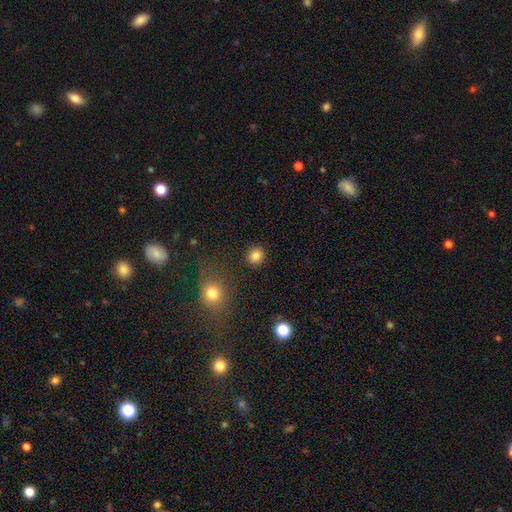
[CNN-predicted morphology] Q: Smooth or featured?
A: smooth (84%); runner-up: star or artifact (12%)
Q: How rounded?
A: round (88%); runner-up: in between (11%)
Q: Merging?
A: none (90%); runner-up: minor disturbance (6%)